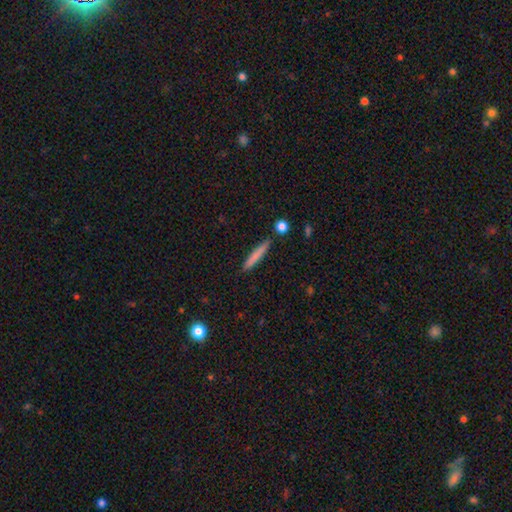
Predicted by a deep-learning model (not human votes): The model was most divided on "smooth or featured": smooth: 75%, featured or disk: 19%, star or artifact: 6%. More confident: how rounded — cigar-shaped (95%); merging — none (87%).